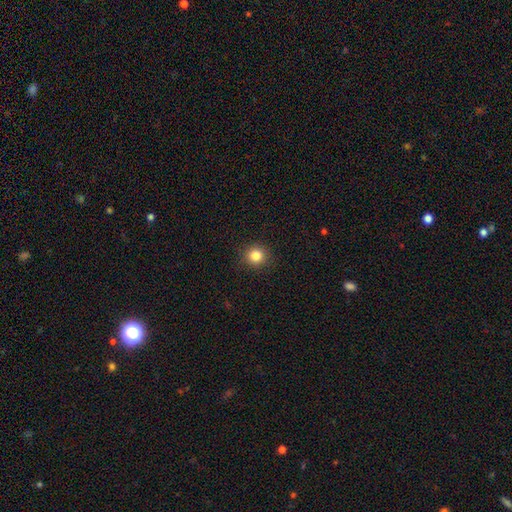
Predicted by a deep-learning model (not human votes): Morphology: type=smooth (84%); roundness=round (93%); merging=none (91%).